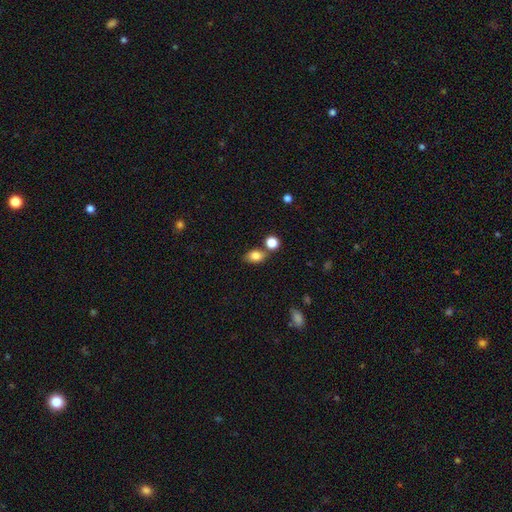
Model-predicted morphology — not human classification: Smooth or featured: smooth — 82% (star or artifact — 10%)
How rounded: in between — 75% (round — 23%)
Merging: none — 69% (merger — 15%)